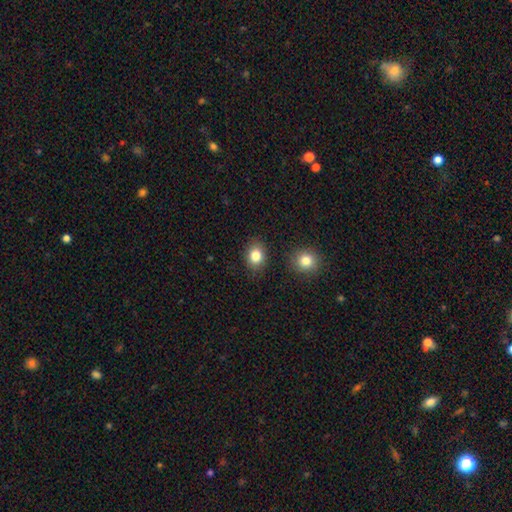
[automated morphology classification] Smooth or featured? smooth (83%)
How rounded? in between (50%)
Merging? none (84%)